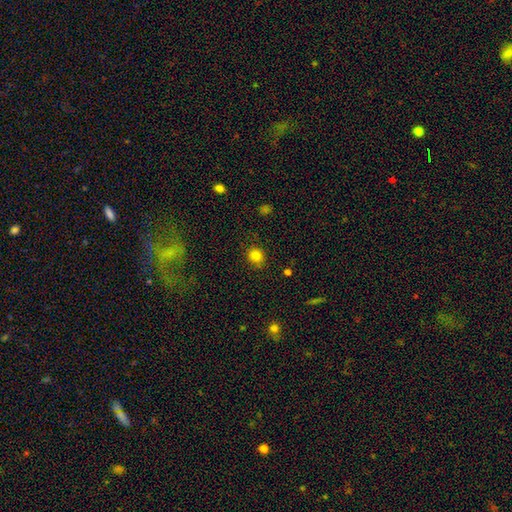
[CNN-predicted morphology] A smooth galaxy with no disk features (82%) that is round (83%). Merging: none (86%).